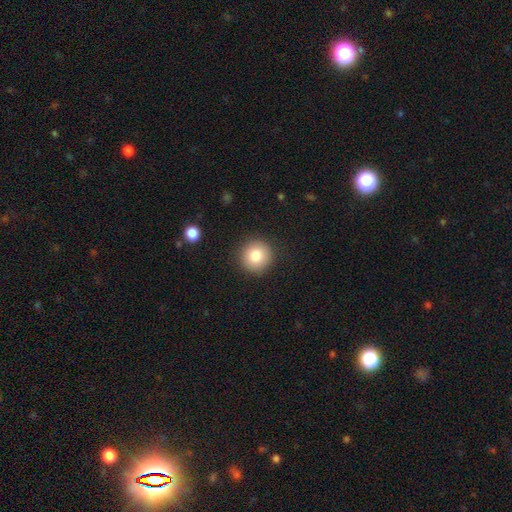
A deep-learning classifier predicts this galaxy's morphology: Overall: smooth (82%). How rounded: round (94%). Merging: none (90%).